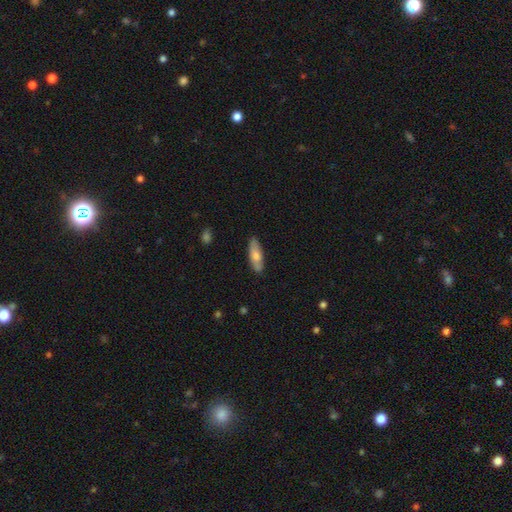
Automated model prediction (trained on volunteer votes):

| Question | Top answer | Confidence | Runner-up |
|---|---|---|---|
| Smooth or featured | smooth | 61% | featured or disk (33%) |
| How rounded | in between | 58% | cigar-shaped (40%) |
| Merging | none | 82% | minor disturbance (14%) |